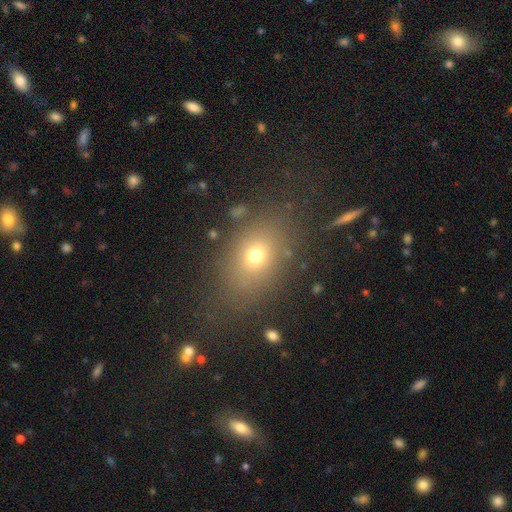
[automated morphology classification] smooth-or-featured: smooth: 69% | star or artifact: 17% | featured or disk: 13%
  how-rounded: in between: 66% | round: 32% | cigar-shaped: 2%
  merging: none: 78% | minor disturbance: 12% | major disturbance: 7% | merger: 3%